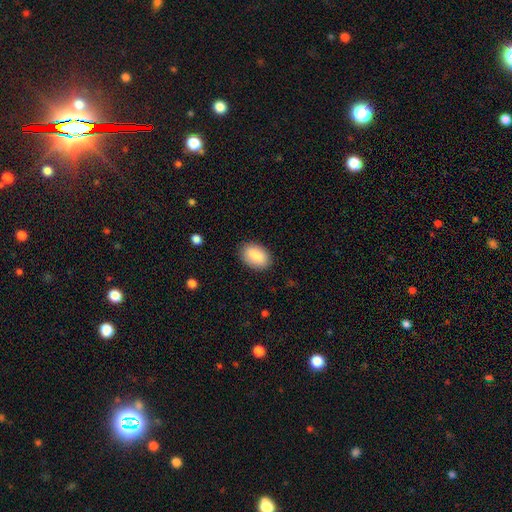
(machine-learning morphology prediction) This is clearly a smooth galaxy (86%). How rounded: clearly in between (91%). Merging: clearly none (87%).